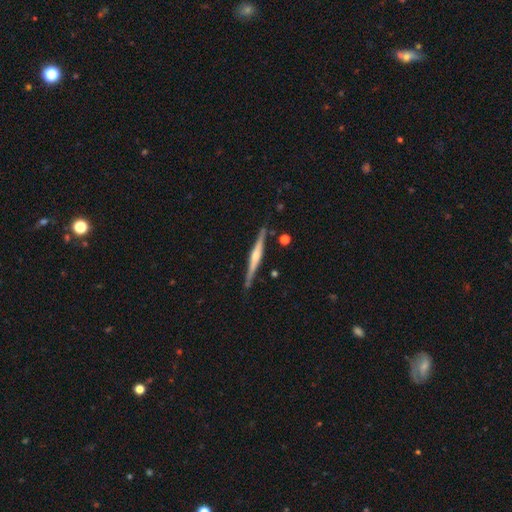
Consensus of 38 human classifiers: Smooth or featured: featured or disk — 68% (smooth — 26%)
Edge-on disk: yes — 100%
Edge-on bulge: rounded — 92% (boxy — 4%)
Merging: none — 83% (minor disturbance — 11%)